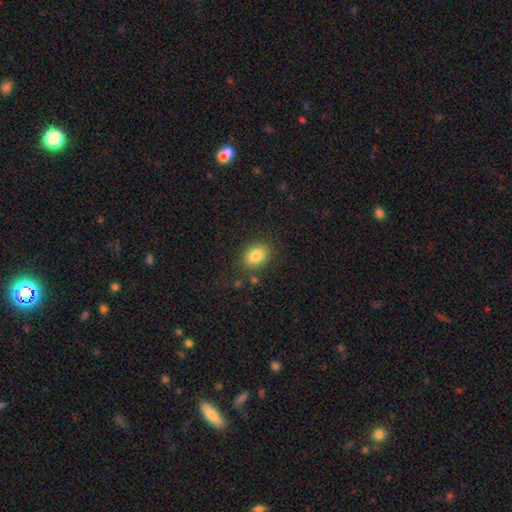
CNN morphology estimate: The model was most divided on "how rounded": in between: 67%, round: 32%, cigar-shaped: 1%. More confident: smooth or featured — smooth (83%); merging — none (83%).